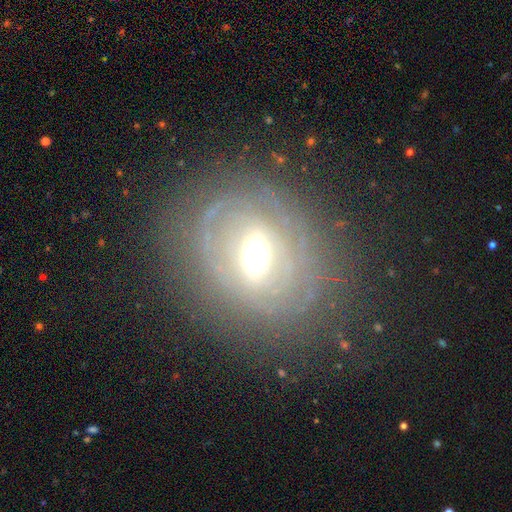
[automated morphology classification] smooth_or_featured: featured or disk (p=0.69) [alt: smooth p=0.20]
disk_edge_on: no (p=0.92) [alt: yes p=0.08]
bar: no (p=0.46) [alt: weak p=0.33]
has_spiral_arms: yes (p=0.56) [alt: no p=0.44]
bulge_size: moderate (p=0.52) [alt: large p=0.32]
merging: none (p=0.70) [alt: minor disturbance p=0.16]